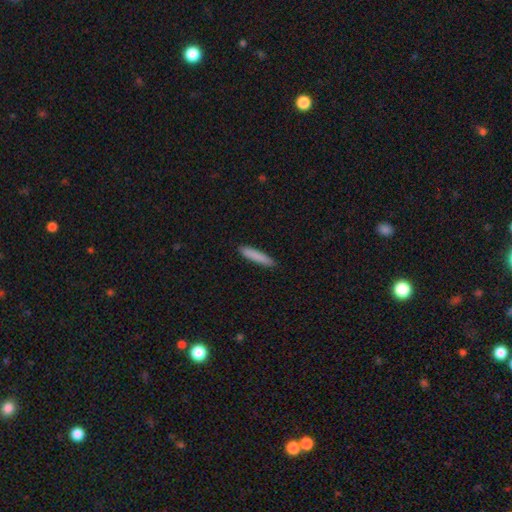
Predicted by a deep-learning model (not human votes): Overall: smooth (85%). How rounded: cigar-shaped (91%). Merging: none (90%).